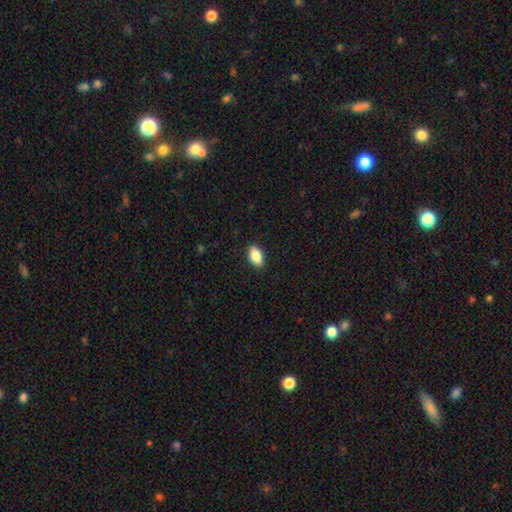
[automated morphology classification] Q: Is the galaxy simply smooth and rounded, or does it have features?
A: smooth — 86%.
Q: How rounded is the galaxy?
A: in between — 91%.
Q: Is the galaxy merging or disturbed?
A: none — 89%.